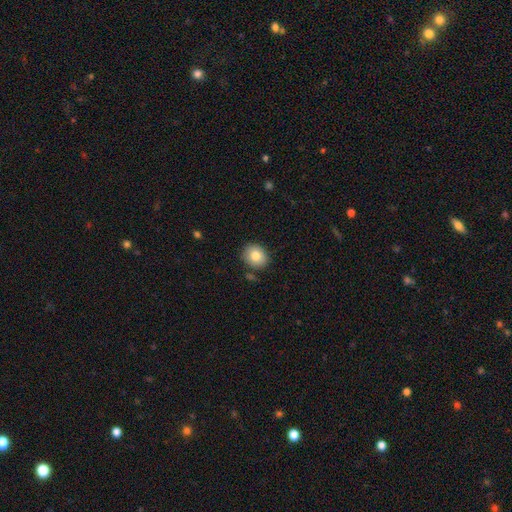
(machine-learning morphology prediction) Smooth or featured? smooth (82%)
How rounded? round (68%)
Merging? none (84%)